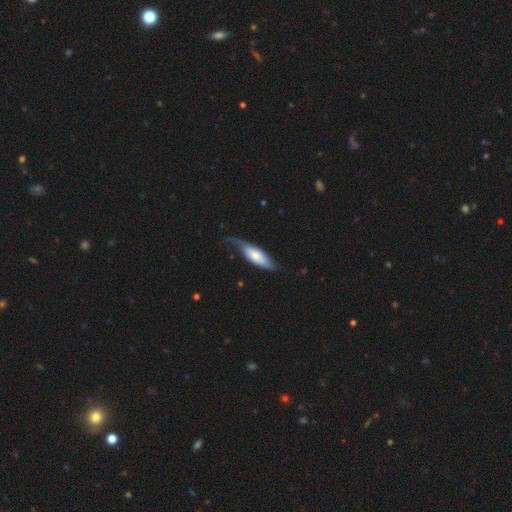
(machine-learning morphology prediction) smooth-or-featured: smooth: 65% | featured or disk: 30% | star or artifact: 5%
  how-rounded: in between: 58% | cigar-shaped: 40% | round: 2%
  merging: none: 42% | minor disturbance: 36% | major disturbance: 20% | merger: 2%